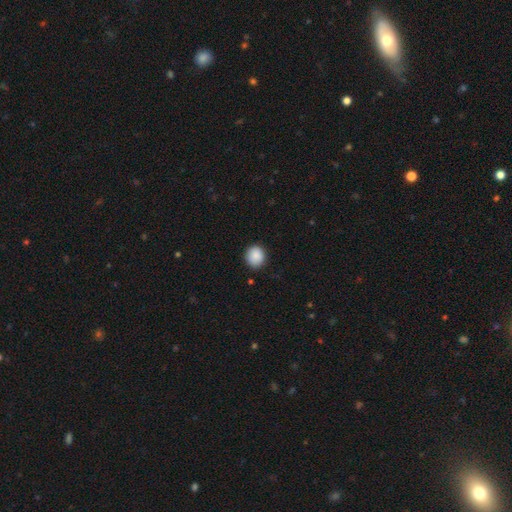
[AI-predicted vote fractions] This is clearly a smooth galaxy (89%). How rounded: clearly round (84%). Merging: clearly none (87%).